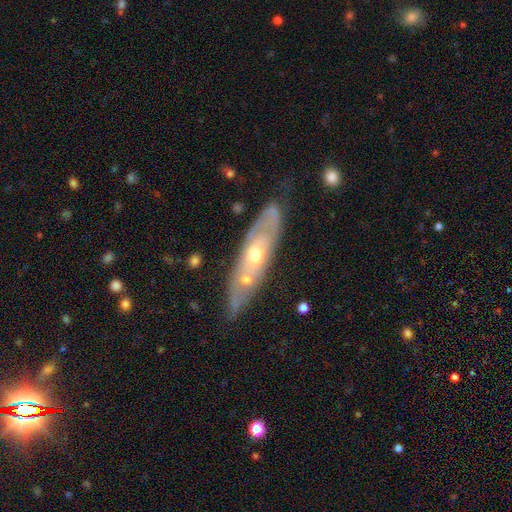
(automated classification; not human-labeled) Smooth or featured?
  - featured or disk: 73% *
  - smooth: 20%
  - star or artifact: 6%
Edge-on disk?
  - no: 68% *
  - yes: 32%
Bar?
  - no: 82% *
  - weak: 14%
  - strong: 4%
Spiral arms?
  - yes: 50% * (tied)
  - no: 50% * (tied)
Bulge size?
  - moderate: 61% *
  - small: 33%
  - large: 3%
  - none: 1%
  - dominant: 1%
Merging?
  - none: 71% *
  - minor disturbance: 18%
  - merger: 6%
  - major disturbance: 5%